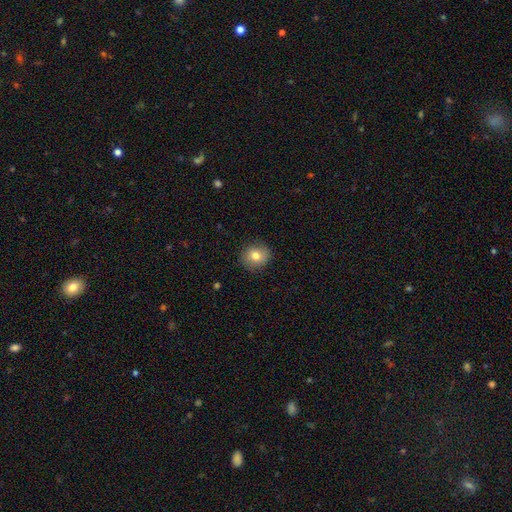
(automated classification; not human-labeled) Smooth or featured? smooth (79%)
How rounded? round (84%)
Merging? none (89%)